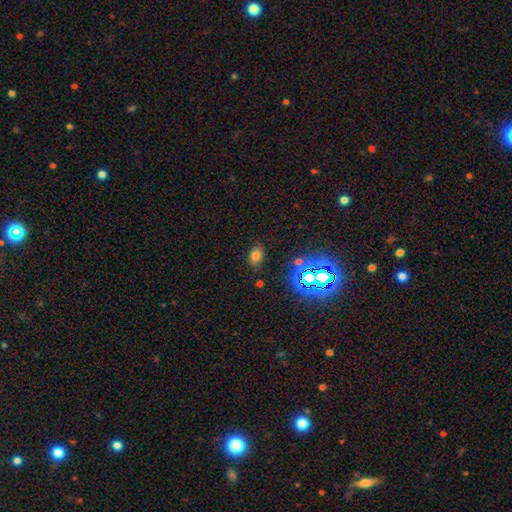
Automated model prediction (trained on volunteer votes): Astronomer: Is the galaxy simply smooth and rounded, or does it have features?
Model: smooth — 69%.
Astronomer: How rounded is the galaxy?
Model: in between — 71%.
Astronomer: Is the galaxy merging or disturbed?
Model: none — 84%.